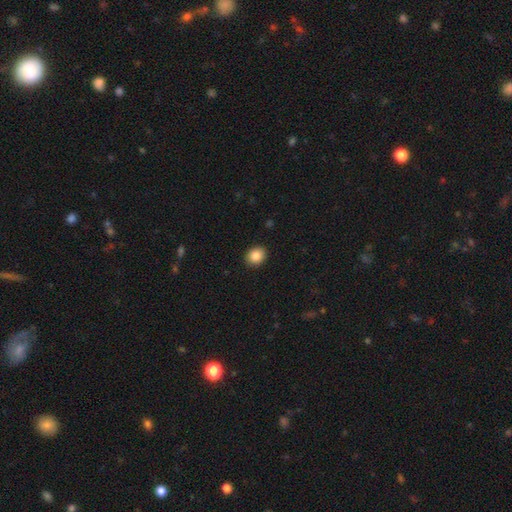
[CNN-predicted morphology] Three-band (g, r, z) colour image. It shows a smooth galaxy with no disk features (86%) that is round (60%). Merging: none (91%).